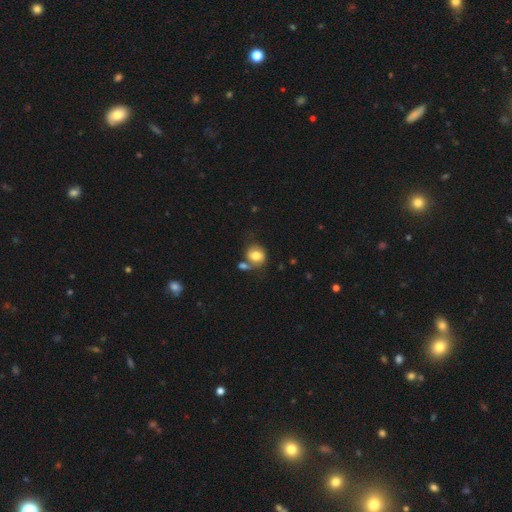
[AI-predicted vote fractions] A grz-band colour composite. It shows a smooth galaxy with no disk features (68%) that is round (72%). Merging: none (42%).